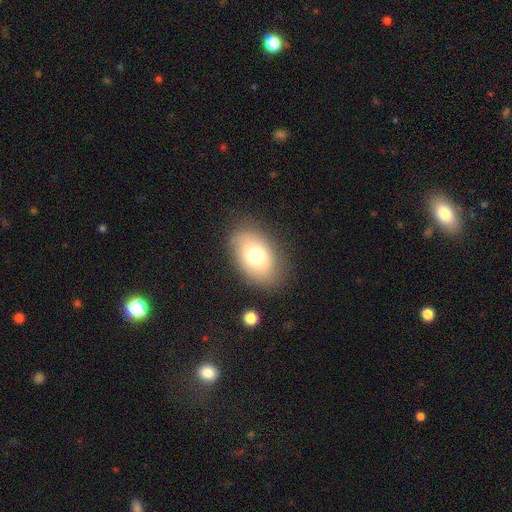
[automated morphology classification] This is likely a smooth galaxy (71%). How rounded: clearly in between (82%). Merging: clearly none (81%).